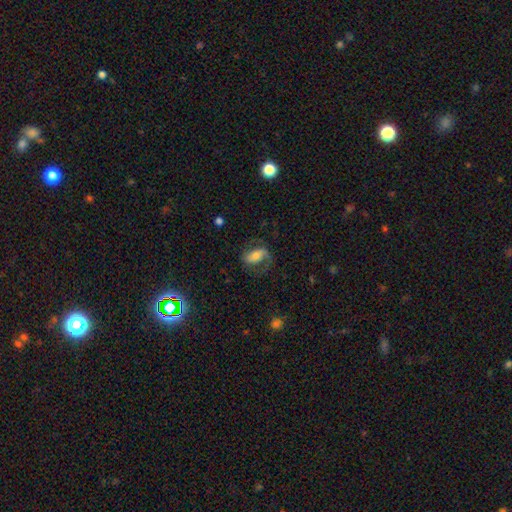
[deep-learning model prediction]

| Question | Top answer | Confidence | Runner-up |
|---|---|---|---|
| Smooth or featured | featured or disk | 60% | smooth (32%) |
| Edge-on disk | no | 94% | yes (6%) |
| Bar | strong | 42% | weak (31%) |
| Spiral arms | yes | 87% | no (13%) |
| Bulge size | moderate | 46% | small (29%) |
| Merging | none | 63% | minor disturbance (18%) |